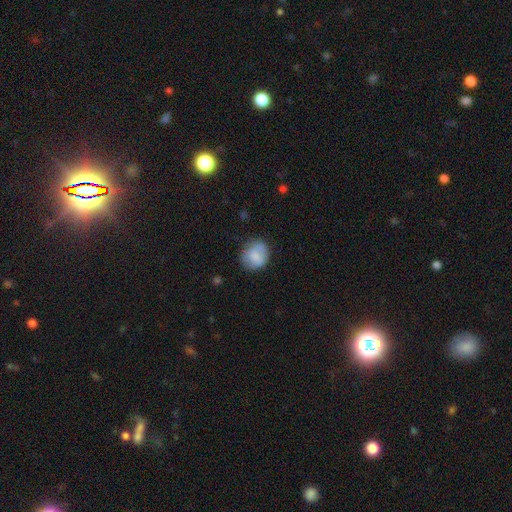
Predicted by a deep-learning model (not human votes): Smooth or featured? smooth (73%)
How rounded? round (75%)
Merging? none (67%)